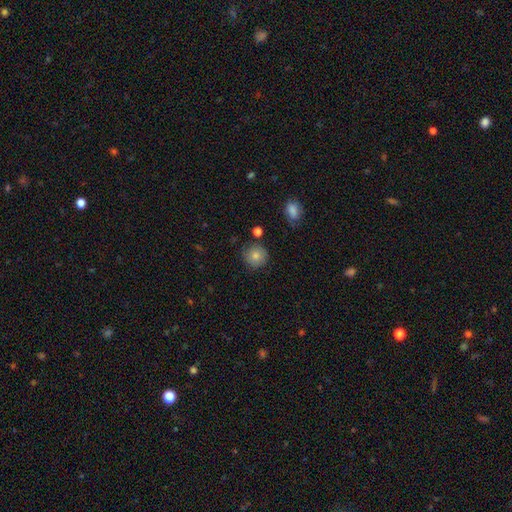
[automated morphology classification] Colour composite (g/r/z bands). It shows a smooth galaxy with no disk features (81%) that is round (92%). Merging: none (81%).